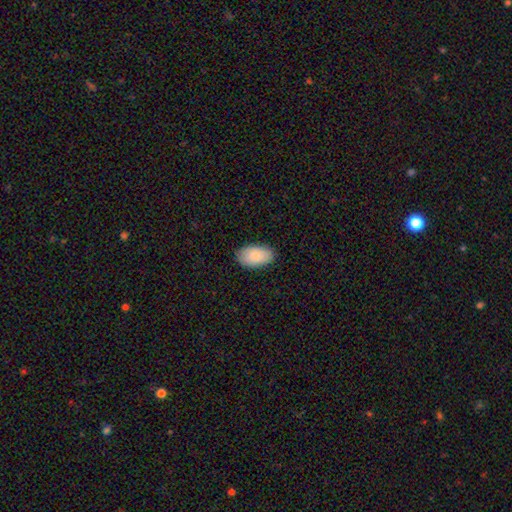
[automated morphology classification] Q: Smooth or featured?
A: smooth (86%); runner-up: featured or disk (8%)
Q: How rounded?
A: in between (95%); runner-up: round (4%)
Q: Merging?
A: none (88%); runner-up: minor disturbance (10%)